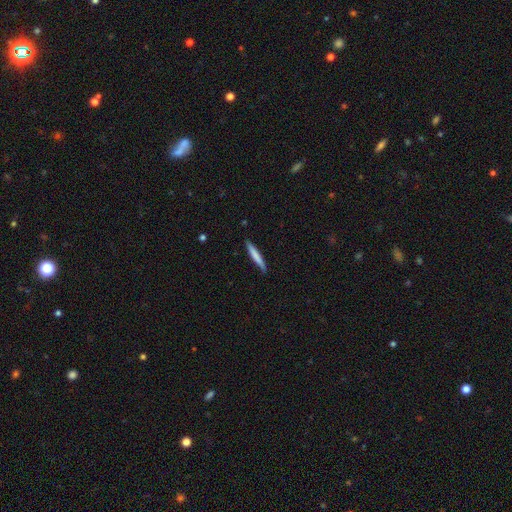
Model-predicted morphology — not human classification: Smooth or featured? smooth (73%)
How rounded? cigar-shaped (95%)
Merging? none (86%)